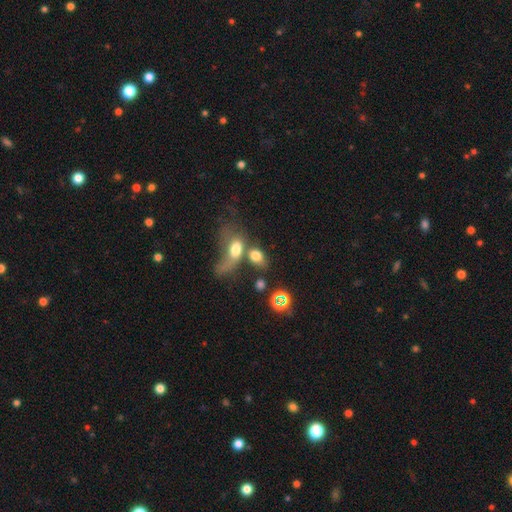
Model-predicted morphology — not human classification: A smooth galaxy with no disk features (70%) that is in between round and cigar-shaped (76%). Merging: merger (54%).